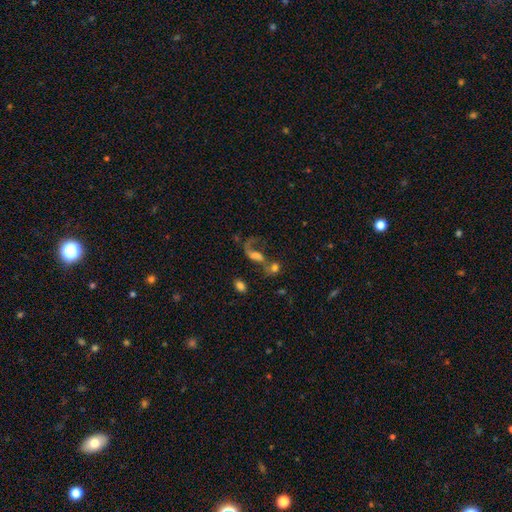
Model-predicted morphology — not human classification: smooth_or_featured: featured or disk (p=0.52) [alt: smooth p=0.31]
disk_edge_on: no (p=0.93) [alt: yes p=0.07]
merging: merger (p=0.37) [alt: major disturbance p=0.28]